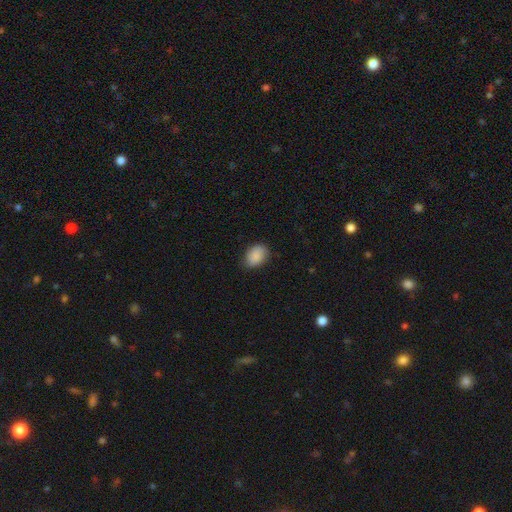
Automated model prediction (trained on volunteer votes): A smooth galaxy with no disk features (87%) that is in between round and cigar-shaped (74%). Merging: none (77%).